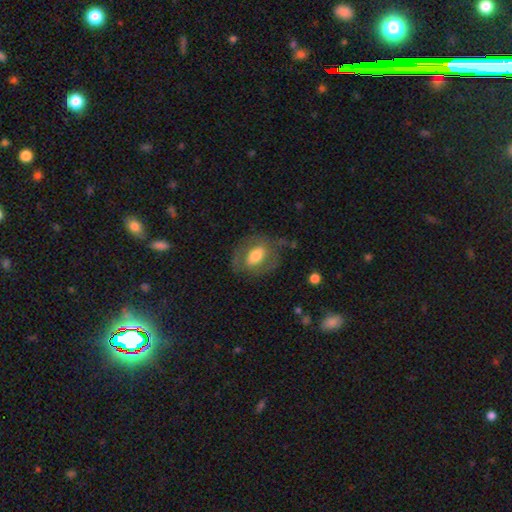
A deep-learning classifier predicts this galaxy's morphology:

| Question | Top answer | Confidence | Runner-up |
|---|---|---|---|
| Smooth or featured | smooth | 51% | featured or disk (42%) |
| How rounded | in between | 76% | round (22%) |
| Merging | none | 63% | minor disturbance (20%) |